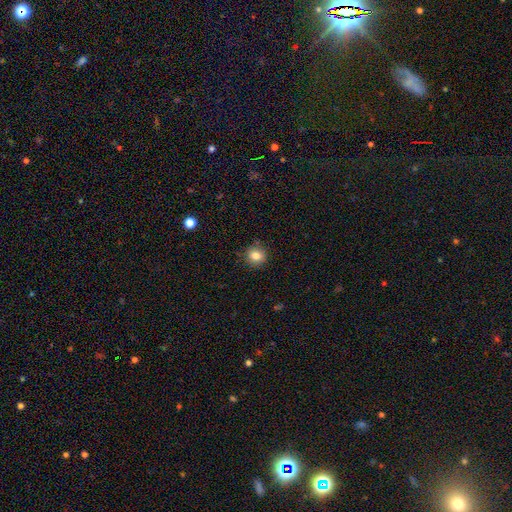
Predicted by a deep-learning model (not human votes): Morphology: type=smooth (83%); roundness=round (88%); merging=none (88%).